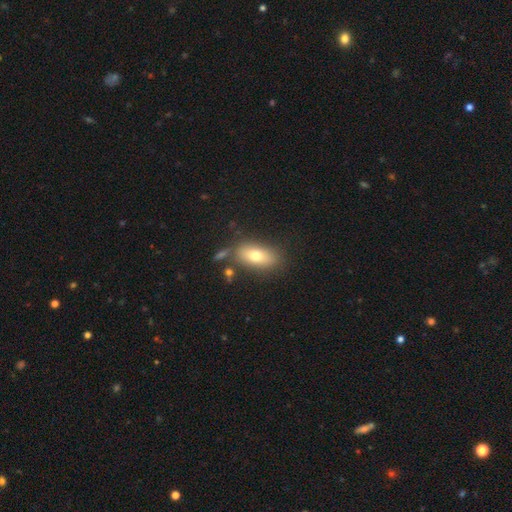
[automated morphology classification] Smooth or featured? smooth (72%)
How rounded? in between (85%)
Merging? none (76%)